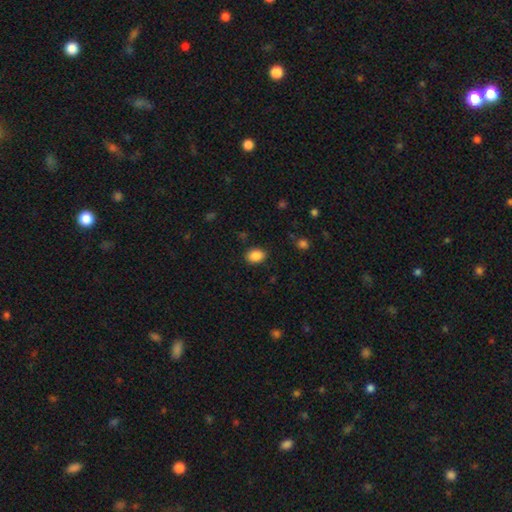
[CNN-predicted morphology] Smooth or featured?
  - smooth: 87% *
  - star or artifact: 9%
  - featured or disk: 4%
How rounded?
  - in between: 68% *
  - round: 31%
  - cigar-shaped: 1%
Merging?
  - none: 87% *
  - minor disturbance: 9%
  - major disturbance: 3%
  - merger: 1%